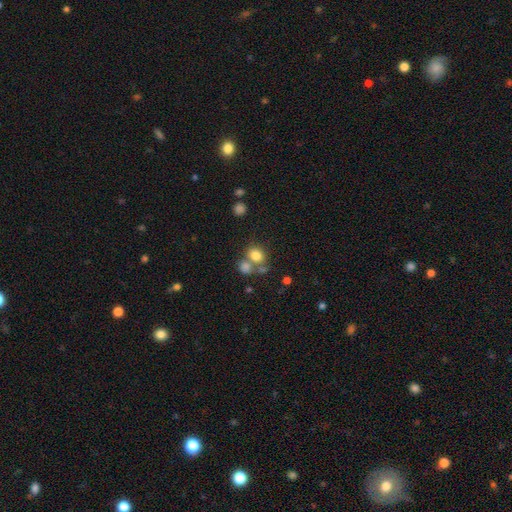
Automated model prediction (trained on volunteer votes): Smooth or featured: smooth — 78% (star or artifact — 12%)
How rounded: round — 66% (in between — 33%)
Merging: none — 50% (merger — 34%)